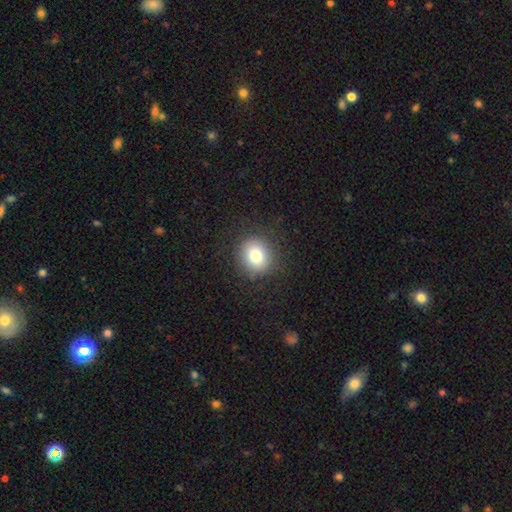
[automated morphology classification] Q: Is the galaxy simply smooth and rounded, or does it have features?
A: smooth — 78%.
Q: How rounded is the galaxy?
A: round — 83%.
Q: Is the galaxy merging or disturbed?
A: none — 87%.